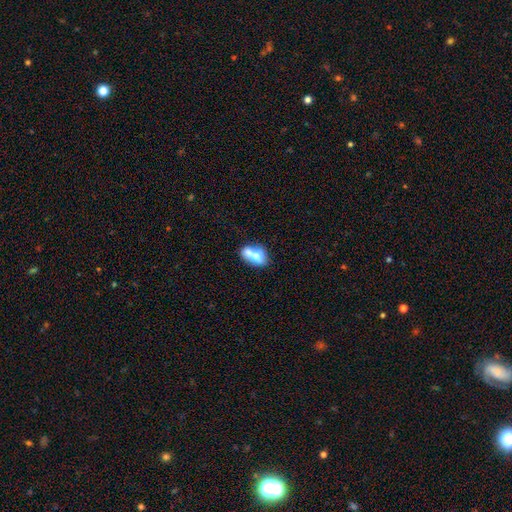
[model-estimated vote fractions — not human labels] smooth-or-featured: smooth: 62% | featured or disk: 30% | star or artifact: 8%
  how-rounded: in between: 72% | round: 23% | cigar-shaped: 5%
  merging: merger: 55% | none: 30% | minor disturbance: 10% | major disturbance: 5%